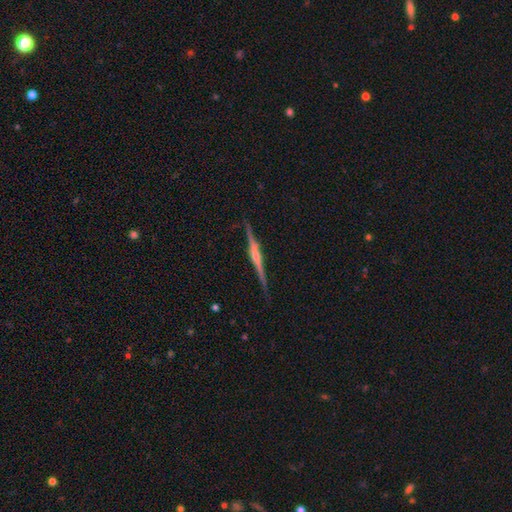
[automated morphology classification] Smooth or featured? featured or disk (83%)
Edge-on disk? yes (98%)
Edge-on bulge? rounded (77%)
Merging? none (88%)